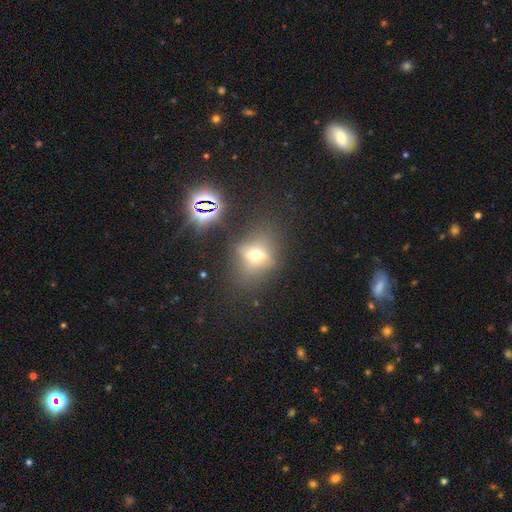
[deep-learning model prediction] smooth 46%, featured or disk 31%, star or artifact 23%. Down the decision tree: merging — none (63%).